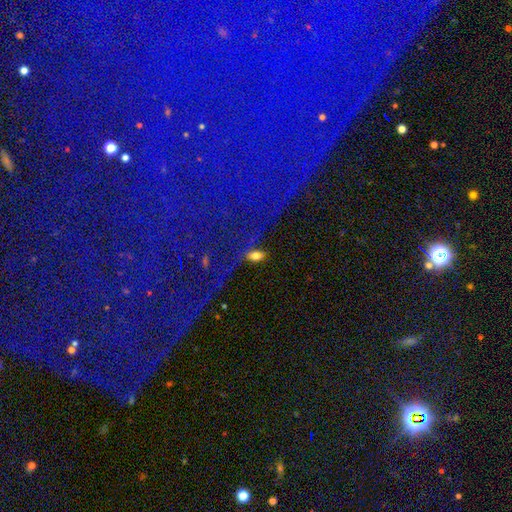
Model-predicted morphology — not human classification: A smooth galaxy with no disk features (61%) that is in between round and cigar-shaped (79%).

Vote fractions:
- Smooth or featured? smooth: 61% / star or artifact: 21% / featured or disk: 18%
- How rounded? in between: 79% / round: 11% / cigar-shaped: 10%
- Merging? none: 60% / minor disturbance: 18% / major disturbance: 13% / merger: 9%